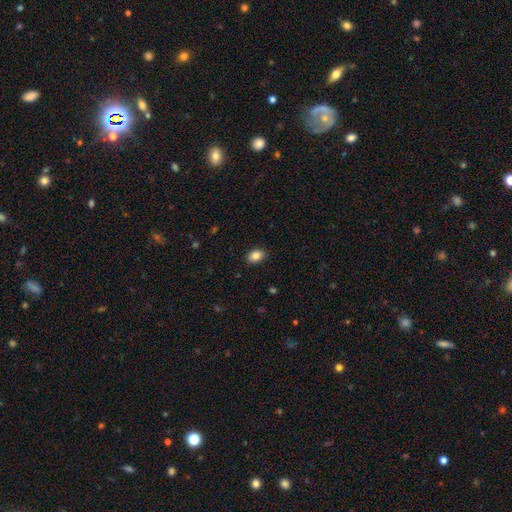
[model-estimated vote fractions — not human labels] The model was most divided on "how rounded": in between: 78%, round: 21%, cigar-shaped: 1%. More confident: merging — none (89%); smooth or featured — smooth (86%).